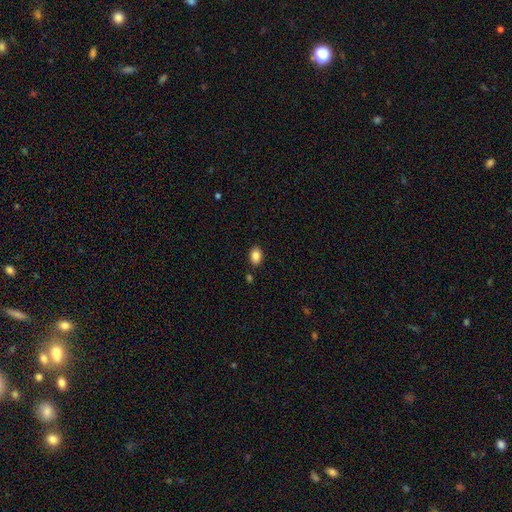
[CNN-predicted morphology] Smooth or featured? Predicted: smooth (p=0.86). How rounded? Predicted: in between (p=0.79). Merging? Predicted: none (p=0.85).